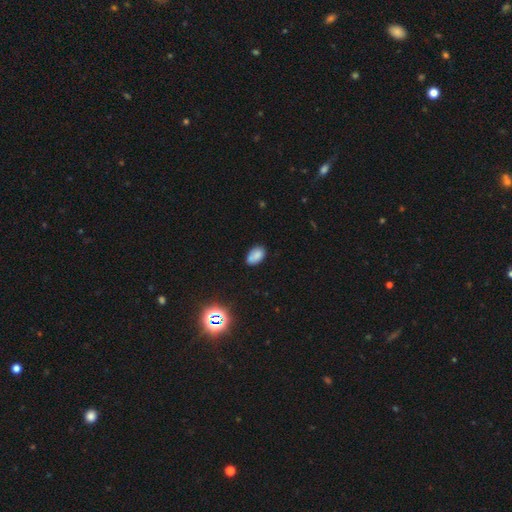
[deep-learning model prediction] Overall: smooth (79%). How rounded: in between (92%). Merging: none (75%).